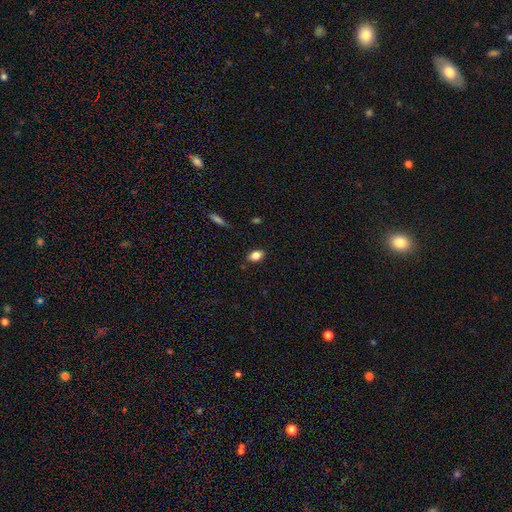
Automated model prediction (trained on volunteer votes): This appears to be a smooth galaxy with no disk features (83%) that is in between round and cigar-shaped (87%). Merging: none (85%).